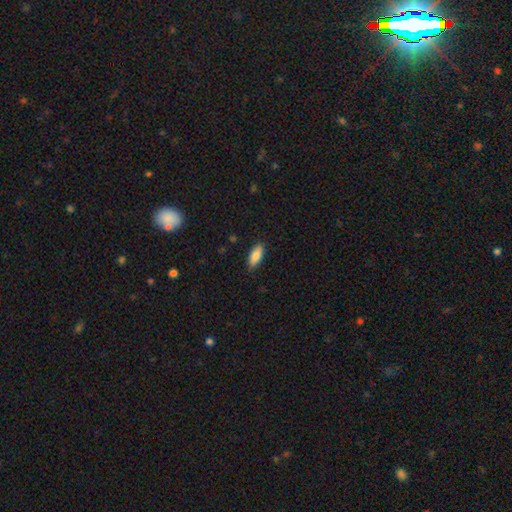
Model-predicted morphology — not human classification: Q: Smooth or featured?
A: smooth (87%); runner-up: featured or disk (7%)
Q: How rounded?
A: in between (83%); runner-up: cigar-shaped (15%)
Q: Merging?
A: none (86%); runner-up: minor disturbance (11%)